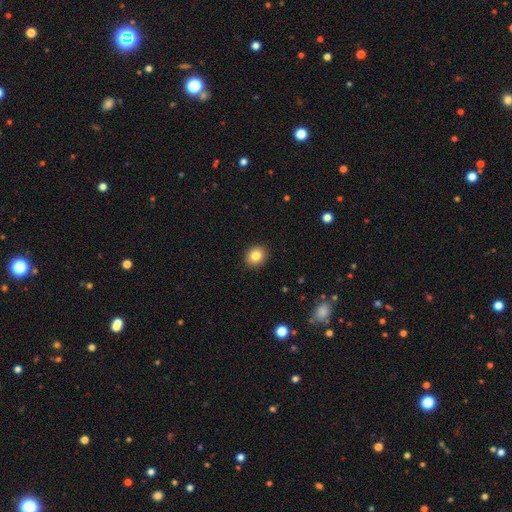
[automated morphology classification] Smooth or featured?
  - smooth: 84% *
  - star or artifact: 10%
  - featured or disk: 6%
How rounded?
  - round: 71% *
  - in between: 28%
  - cigar-shaped: 1%
Merging?
  - none: 91% *
  - minor disturbance: 6%
  - major disturbance: 2%
  - merger: 1%